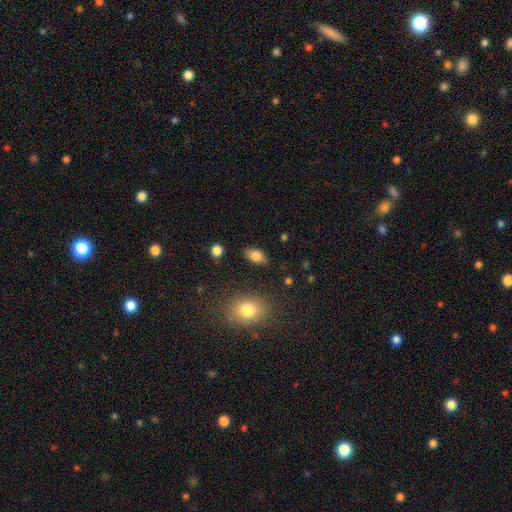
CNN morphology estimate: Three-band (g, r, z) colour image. It shows a smooth galaxy with no disk features (81%) that is in between round and cigar-shaped (91%). Merging: none (85%).